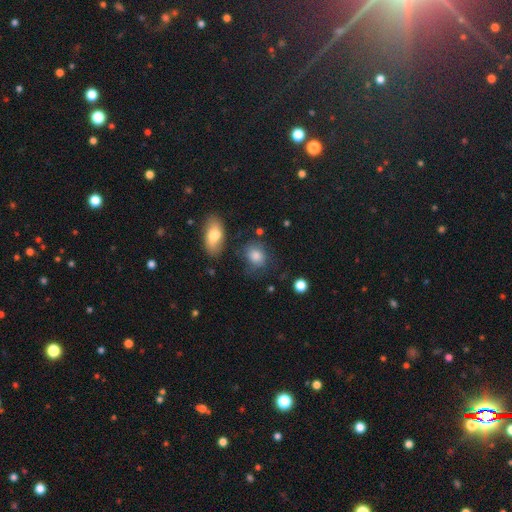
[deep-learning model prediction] smooth-or-featured: smooth: 79% | featured or disk: 11% | star or artifact: 11%
  how-rounded: in between: 54% | round: 44% | cigar-shaped: 2%
  merging: none: 63% | minor disturbance: 22% | major disturbance: 9% | merger: 6%